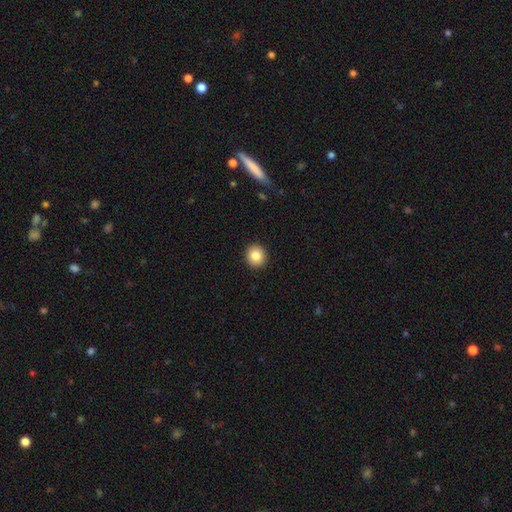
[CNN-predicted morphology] Smooth or featured: smooth — 84% (star or artifact — 9%)
How rounded: round — 89% (in between — 11%)
Merging: none — 92% (minor disturbance — 5%)